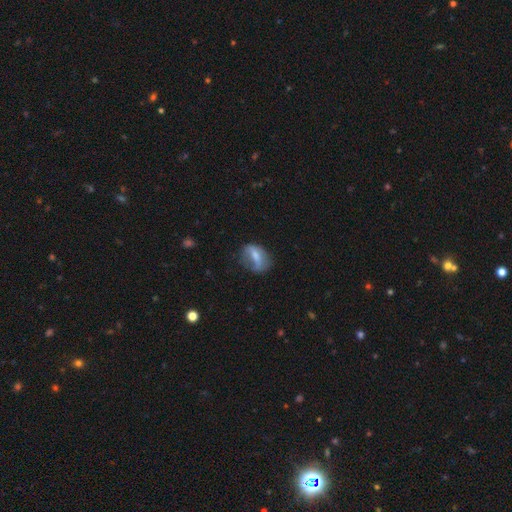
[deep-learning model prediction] This is possibly a smooth galaxy (56%). How rounded: likely in between (77%). Merging: marginally none (45%).